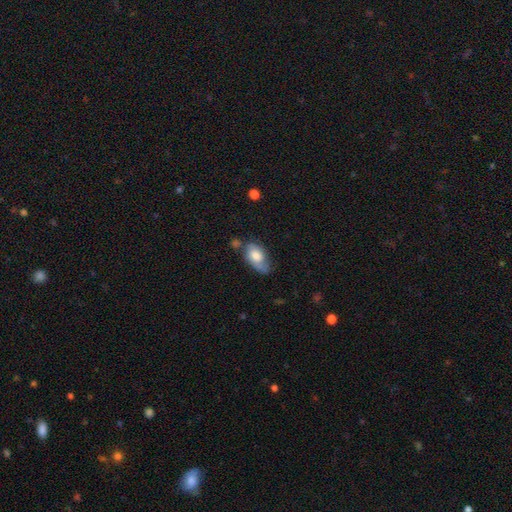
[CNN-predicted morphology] Q: Smooth or featured?
A: smooth (58%); runner-up: featured or disk (35%)
Q: How rounded?
A: in between (91%); runner-up: round (6%)
Q: Merging?
A: none (42%); runner-up: minor disturbance (34%)